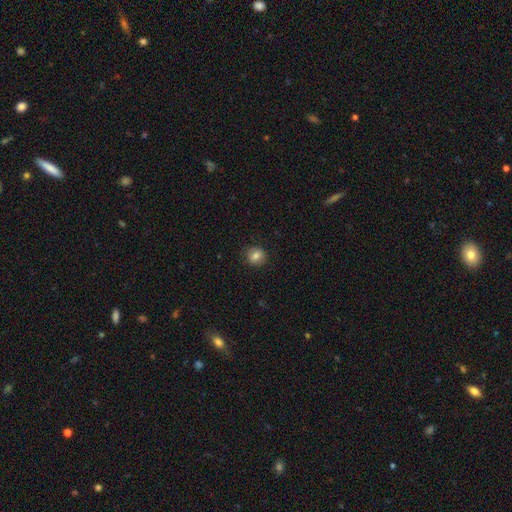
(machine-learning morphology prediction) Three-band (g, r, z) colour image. It shows a smooth galaxy with no disk features (81%) that is round (81%). Merging: none (86%).